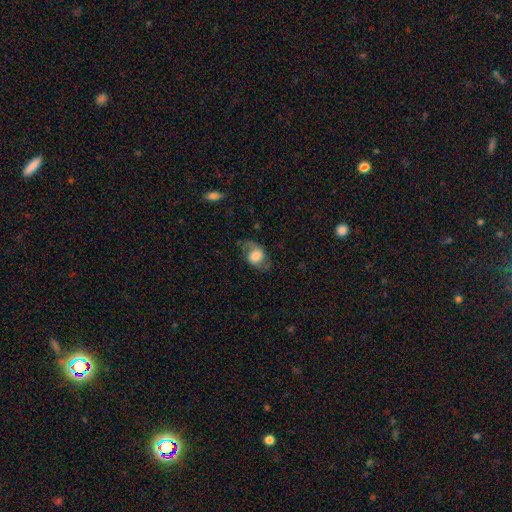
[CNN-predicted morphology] smooth_or_featured: smooth (p=0.54) [alt: featured or disk p=0.38]
how_rounded: in between (p=0.65) [alt: round p=0.34]
merging: none (p=0.60) [alt: minor disturbance p=0.23]